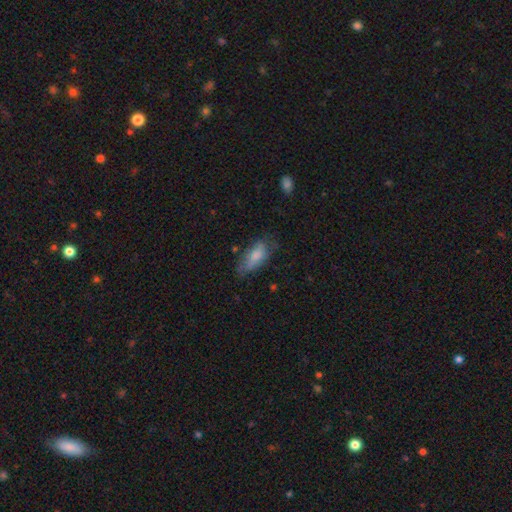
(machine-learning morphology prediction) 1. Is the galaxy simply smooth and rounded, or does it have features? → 72% smooth, 21% featured or disk, 8% star or artifact.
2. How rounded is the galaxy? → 79% in between, 18% cigar-shaped, 2% round.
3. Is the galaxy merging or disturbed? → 53% none, 31% minor disturbance, 14% major disturbance, 3% merger.